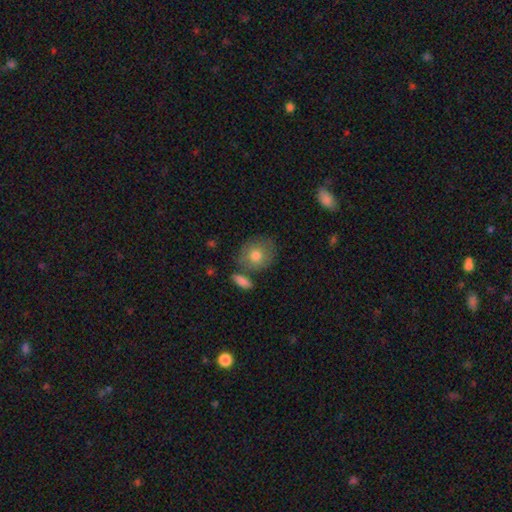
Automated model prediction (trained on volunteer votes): Overall: smooth (77%). How rounded: round (75%). Merging: none (69%).